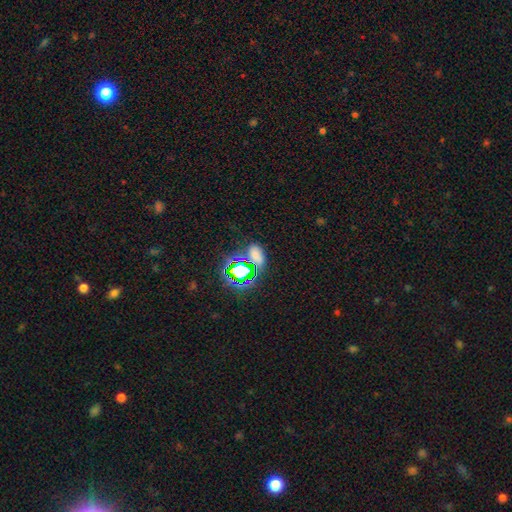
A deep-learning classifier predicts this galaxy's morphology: Overall: smooth (50%; star or artifact 41%). Merging: none (61%).